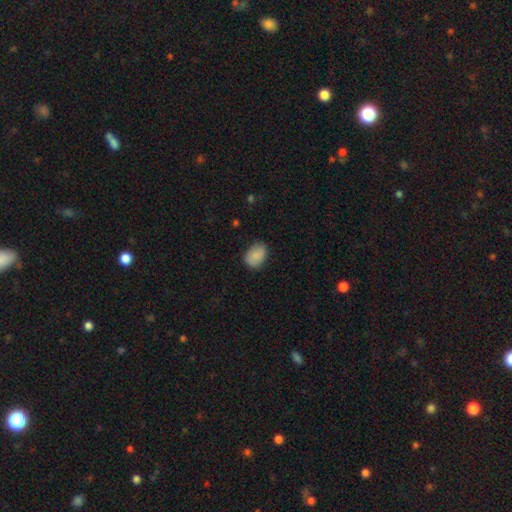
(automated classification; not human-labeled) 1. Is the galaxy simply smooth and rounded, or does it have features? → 88% smooth, 7% star or artifact, 5% featured or disk.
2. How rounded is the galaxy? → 76% in between, 23% round, 1% cigar-shaped.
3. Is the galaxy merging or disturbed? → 79% none, 17% minor disturbance, 3% major disturbance, 1% merger.